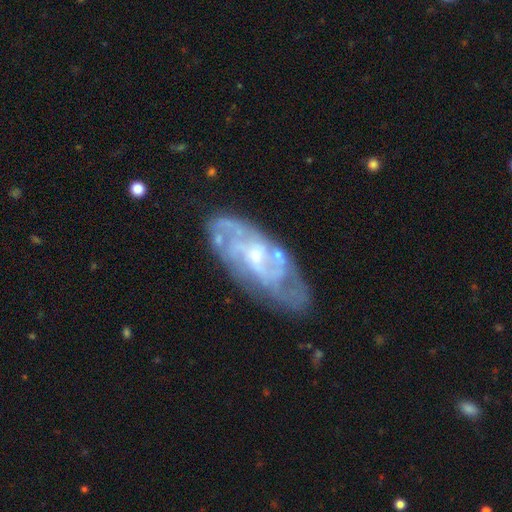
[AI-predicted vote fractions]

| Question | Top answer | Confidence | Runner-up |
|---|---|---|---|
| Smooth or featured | featured or disk | 82% | smooth (12%) |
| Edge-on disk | no | 93% | yes (7%) |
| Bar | no | 53% | weak (38%) |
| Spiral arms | yes | 90% | no (10%) |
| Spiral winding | tight | 49% | medium (38%) |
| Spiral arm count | can't tell | 41% | 2 (22%) |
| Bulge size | small | 65% | moderate (29%) |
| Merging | none | 70% | minor disturbance (20%) |